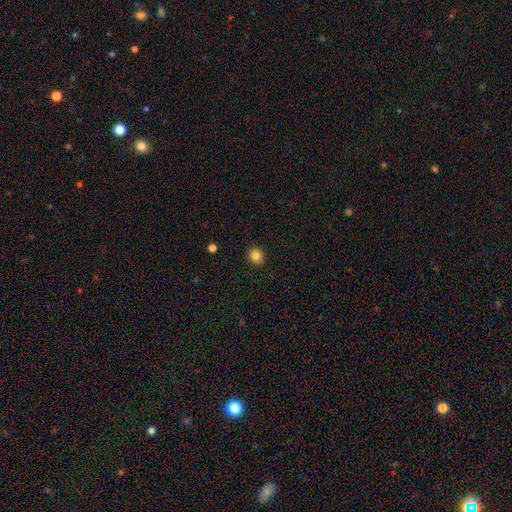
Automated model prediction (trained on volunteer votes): A smooth galaxy with no disk features (84%) that is round (71%). Merging: none (90%).